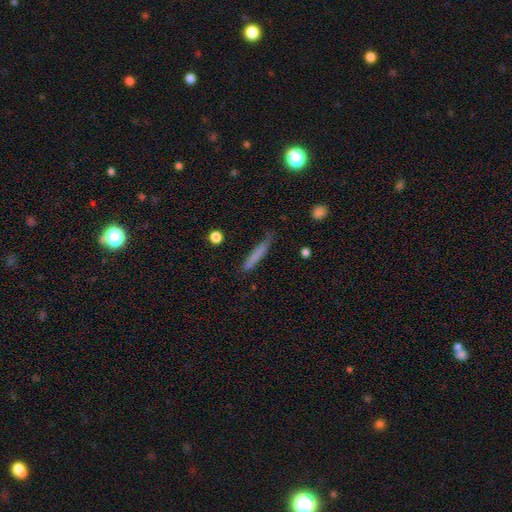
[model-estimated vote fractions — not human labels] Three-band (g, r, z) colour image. It shows a smooth galaxy with no disk features (73%) that is cigar-shaped (93%). Merging: none (69%).